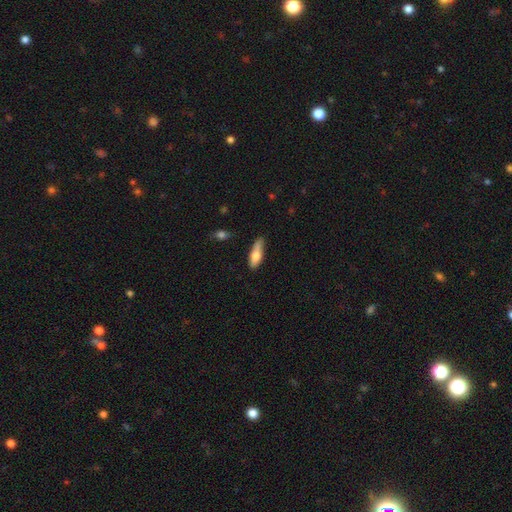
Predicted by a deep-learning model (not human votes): A smooth galaxy with no disk features (69%) that is in between round and cigar-shaped (52%).

Vote fractions:
- Smooth or featured? smooth: 69% / featured or disk: 25% / star or artifact: 6%
- How rounded? in between: 52% / cigar-shaped: 46% / round: 2%
- Merging? none: 60% / minor disturbance: 30% / major disturbance: 7% / merger: 4%